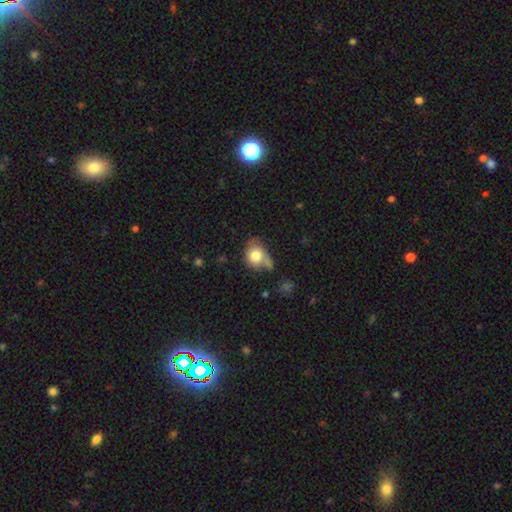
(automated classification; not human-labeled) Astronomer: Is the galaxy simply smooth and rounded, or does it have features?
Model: smooth — 76%.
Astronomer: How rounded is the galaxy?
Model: in between — 52% (runner-up: round, 47%).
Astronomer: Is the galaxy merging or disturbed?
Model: none — 40% (runner-up: minor disturbance, 30%).